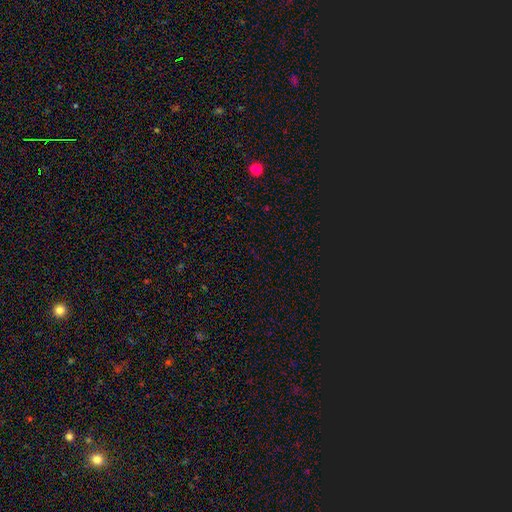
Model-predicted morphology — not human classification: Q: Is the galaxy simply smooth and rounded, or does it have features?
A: star or artifact — 71%.